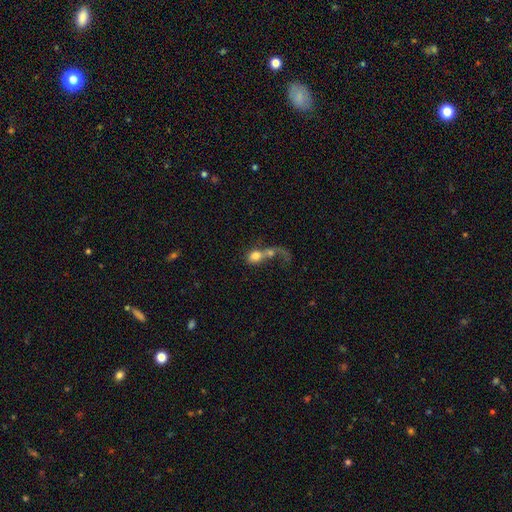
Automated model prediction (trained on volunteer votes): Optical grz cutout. It shows a smooth galaxy with no disk features (65%) that is in between round and cigar-shaped (50%). Merging: merger (62%).